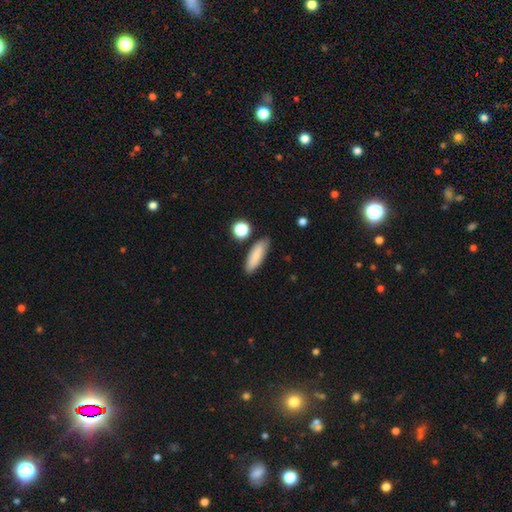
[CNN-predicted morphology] Smooth or featured? Predicted: smooth (p=0.83). How rounded? Predicted: in between (p=0.54). Merging? Predicted: none (p=0.82).